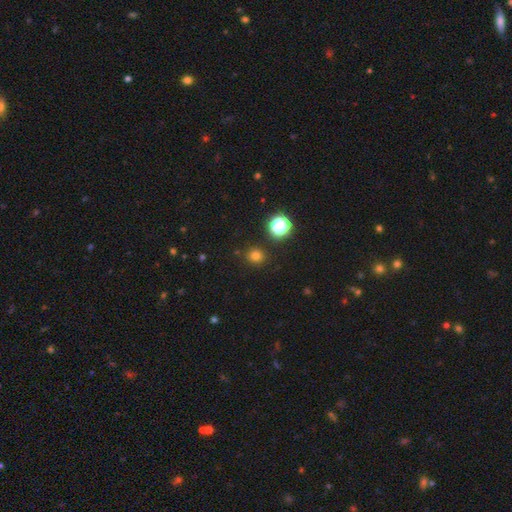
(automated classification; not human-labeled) This appears to be a smooth galaxy with no disk features (76%) that is round (89%). Merging: none (88%).